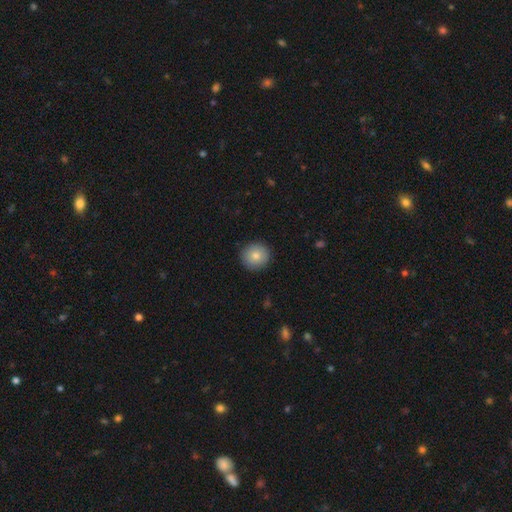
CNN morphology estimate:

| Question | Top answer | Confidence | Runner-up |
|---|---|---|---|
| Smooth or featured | smooth | 82% | featured or disk (10%) |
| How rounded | round | 94% | in between (5%) |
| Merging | none | 92% | minor disturbance (6%) |